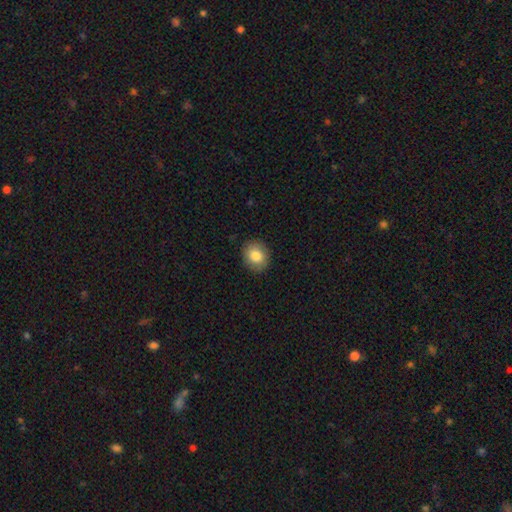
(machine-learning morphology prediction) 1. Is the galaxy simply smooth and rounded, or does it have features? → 83% smooth, 8% star or artifact, 8% featured or disk.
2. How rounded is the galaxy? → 68% round, 32% in between, 1% cigar-shaped.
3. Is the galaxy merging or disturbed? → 89% none, 8% minor disturbance, 2% major disturbance, 1% merger.